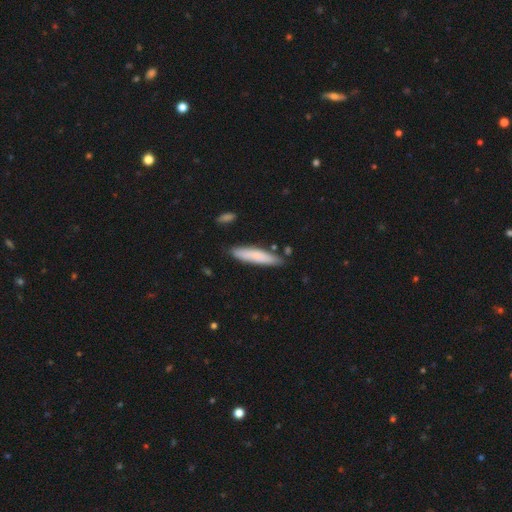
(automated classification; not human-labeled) This is likely a smooth galaxy (77%). How rounded: clearly cigar-shaped (83%). Merging: clearly none (82%).